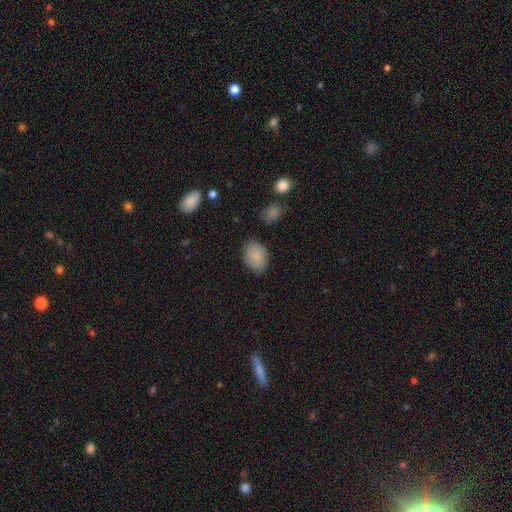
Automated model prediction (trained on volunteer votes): Smooth or featured? smooth (86%)
How rounded? in between (85%)
Merging? none (81%)